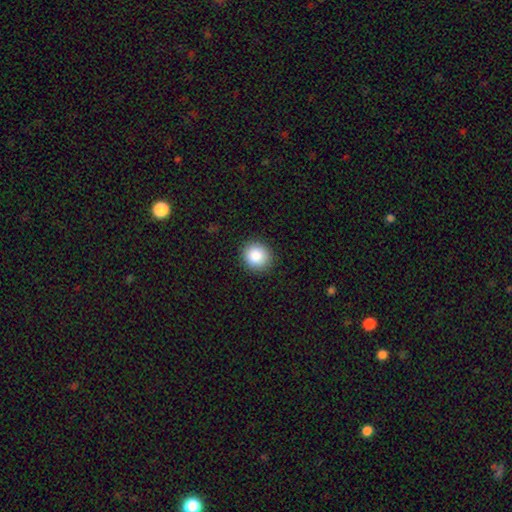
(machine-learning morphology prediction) This appears to be a smooth galaxy with no disk features (86%) that is round (88%). Merging: none (91%).